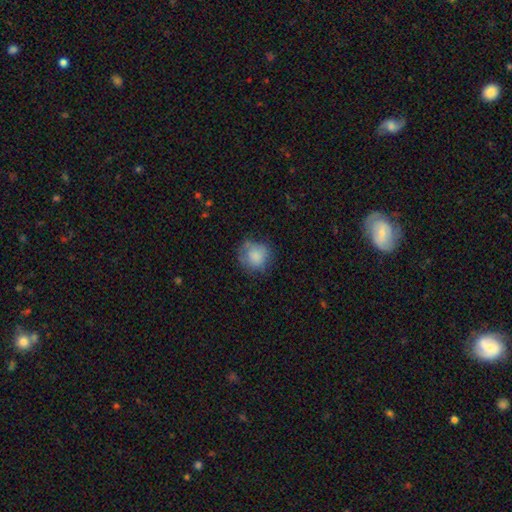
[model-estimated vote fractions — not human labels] This appears to be a smooth galaxy with no disk features (79%) that is round (85%). Merging: none (63%).